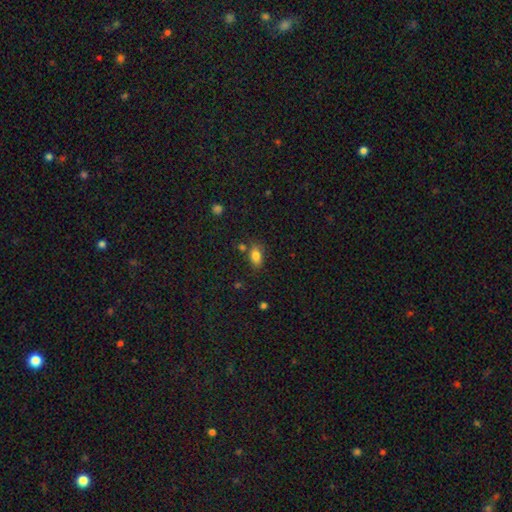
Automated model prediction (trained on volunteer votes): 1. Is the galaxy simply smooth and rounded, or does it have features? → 82% smooth, 10% star or artifact, 8% featured or disk.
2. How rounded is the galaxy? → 86% in between, 11% round, 4% cigar-shaped.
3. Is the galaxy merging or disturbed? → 70% none, 17% minor disturbance, 8% merger, 4% major disturbance.